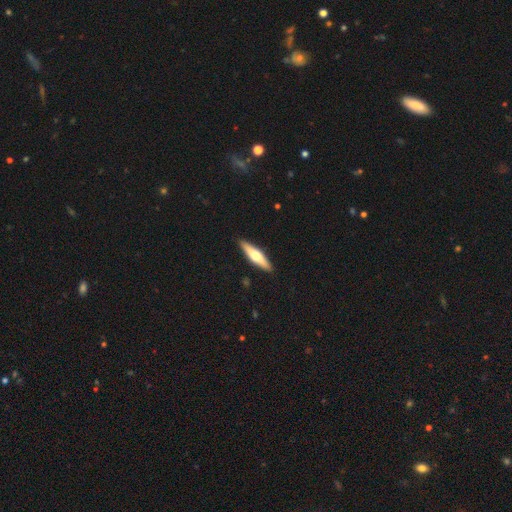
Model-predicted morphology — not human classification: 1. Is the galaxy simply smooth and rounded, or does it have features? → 49% featured or disk, 46% smooth, 5% star or artifact.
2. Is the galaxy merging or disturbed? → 91% none, 7% minor disturbance, 1% major disturbance, 1% merger.